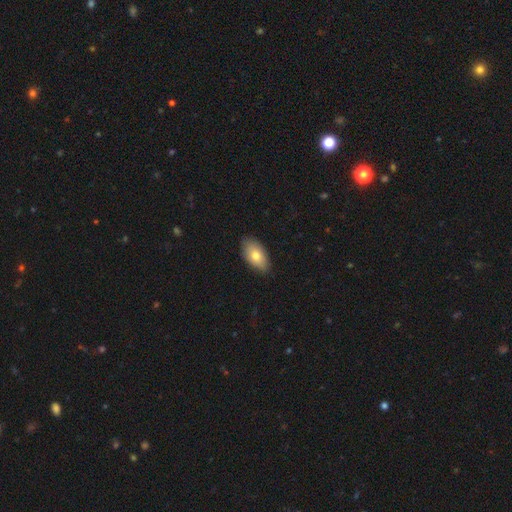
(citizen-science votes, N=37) smooth_or_featured: smooth (p=0.70) [alt: featured or disk p=0.24]
how_rounded: in between (p=0.88) [alt: cigar-shaped p=0.08]
merging: none (p=0.86) [alt: minor disturbance p=0.14]